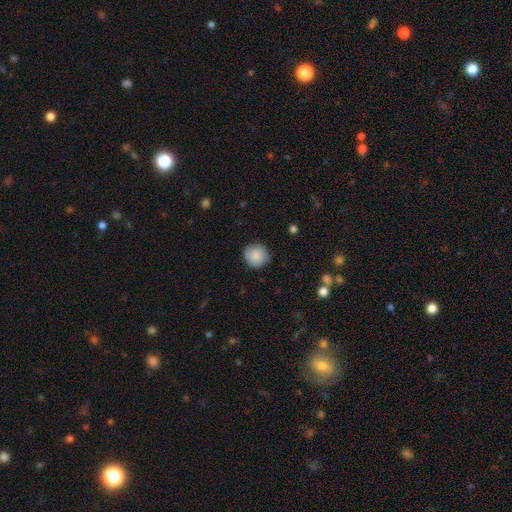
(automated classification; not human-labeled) Smooth or featured? Predicted: smooth (p=0.86). How rounded? Predicted: round (p=0.93). Merging? Predicted: none (p=0.86).